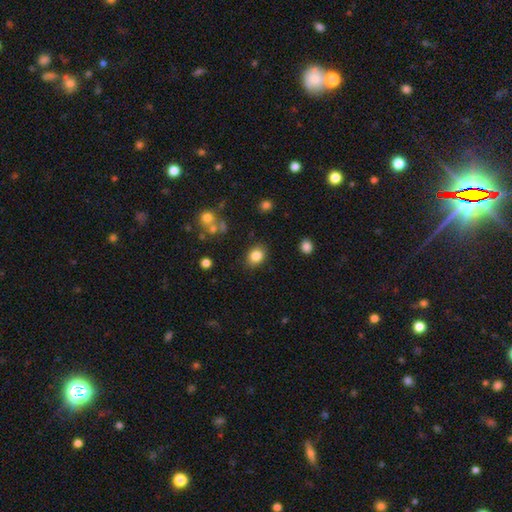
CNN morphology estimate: This is clearly a smooth galaxy (84%). How rounded: possibly in between (52%). Merging: clearly none (84%).